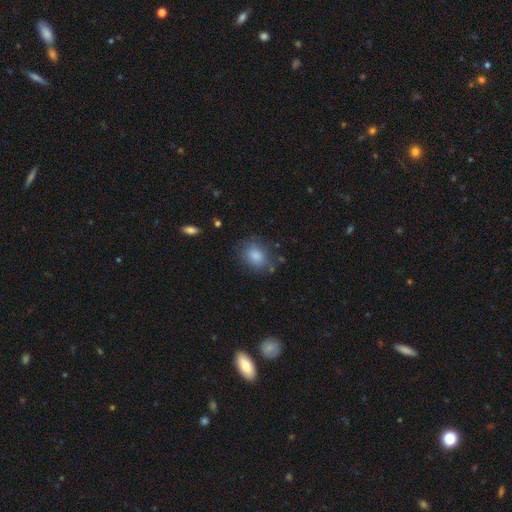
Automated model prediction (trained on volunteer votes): smooth 85%, star or artifact 8%, featured or disk 7%. Down the decision tree: how rounded — round (51%); merging — none (76%).